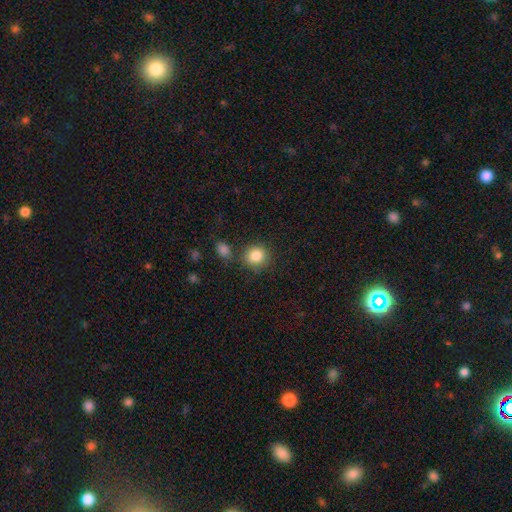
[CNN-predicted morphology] A smooth galaxy with no disk features (85%) that is round (88%). Merging: none (79%).